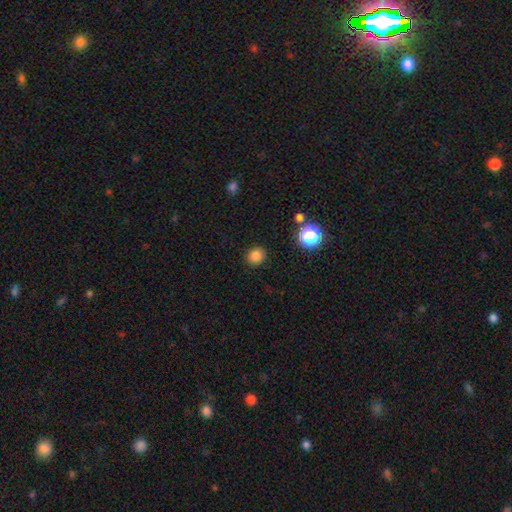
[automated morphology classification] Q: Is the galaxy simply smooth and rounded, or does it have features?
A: smooth — 82%.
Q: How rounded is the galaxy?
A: round — 84%.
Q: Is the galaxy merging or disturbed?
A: none — 89%.